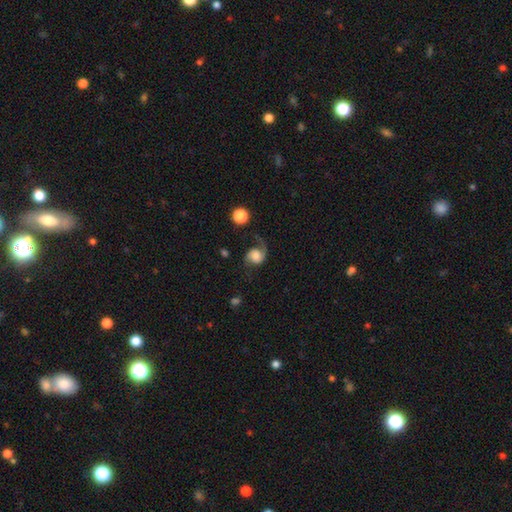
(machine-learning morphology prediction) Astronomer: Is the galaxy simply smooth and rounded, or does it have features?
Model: featured or disk — 63%.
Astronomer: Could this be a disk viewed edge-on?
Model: no — 97%.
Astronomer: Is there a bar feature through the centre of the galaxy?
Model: no — 70%.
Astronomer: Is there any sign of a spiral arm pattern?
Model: yes — 94%.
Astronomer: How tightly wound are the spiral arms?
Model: loose — 62%.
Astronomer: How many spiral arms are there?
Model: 2 — 58% (runner-up: 1, 37%).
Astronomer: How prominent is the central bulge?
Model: large — 33% (runner-up: moderate, 18%).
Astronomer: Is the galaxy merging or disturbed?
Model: none — 47% (runner-up: major disturbance, 28%).